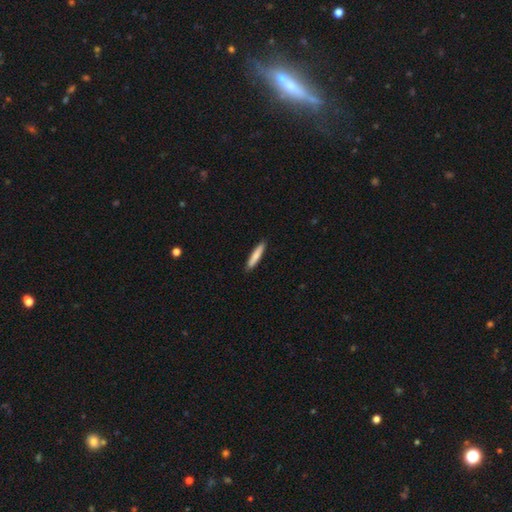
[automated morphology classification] The model was most divided on "smooth or featured": smooth: 82%, featured or disk: 12%, star or artifact: 5%. More confident: merging — none (91%); how rounded — cigar-shaped (91%).